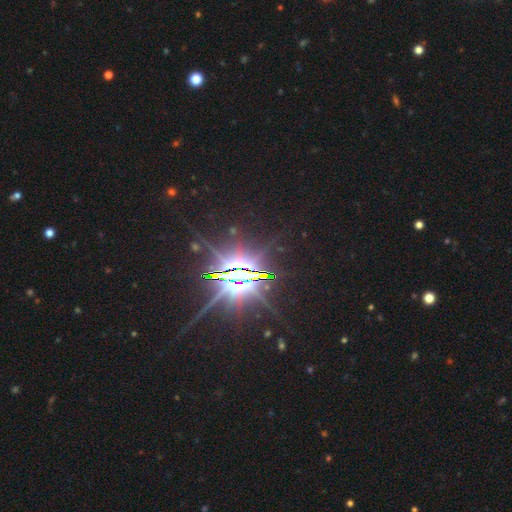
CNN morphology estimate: Smooth or featured?
  - star or artifact: 84% *
  - featured or disk: 11%
  - smooth: 5%